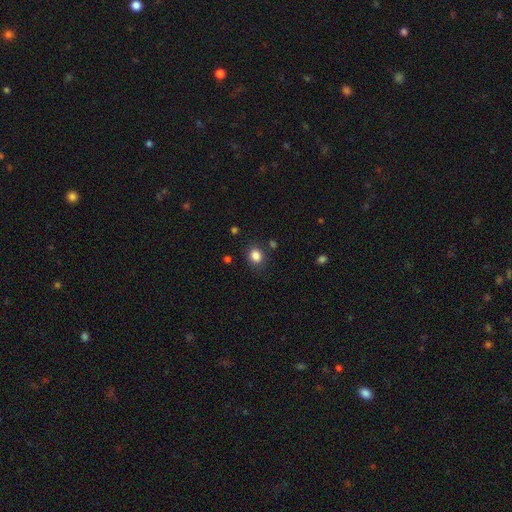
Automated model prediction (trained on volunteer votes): Morphology: type=smooth (84%); roundness=round (67%); merging=none (83%).